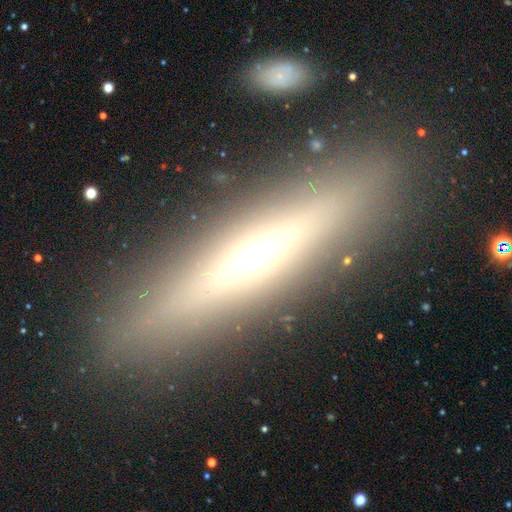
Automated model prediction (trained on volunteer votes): Smooth or featured? featured or disk (59%)
Edge-on disk? yes (88%)
Edge-on bulge? rounded (75%)
Merging? none (85%)